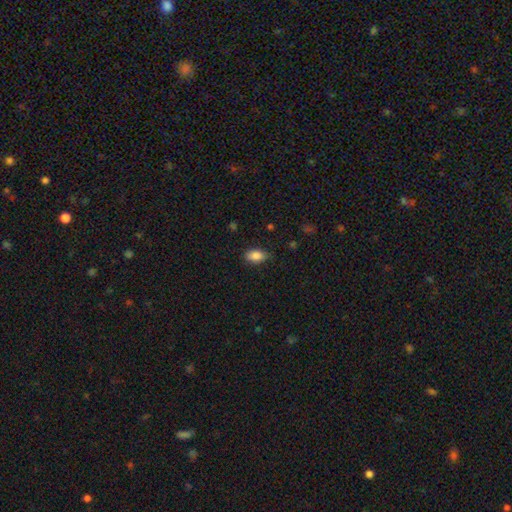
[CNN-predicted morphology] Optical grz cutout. It shows a smooth galaxy with no disk features (87%) that is in between round and cigar-shaped (90%). Merging: none (79%).